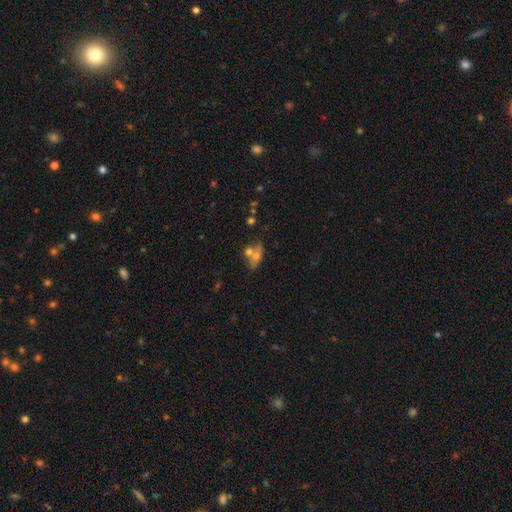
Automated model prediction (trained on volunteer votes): This is possibly a smooth galaxy (51%). How rounded: likely in between (62%). Merging: marginally merger (44%).